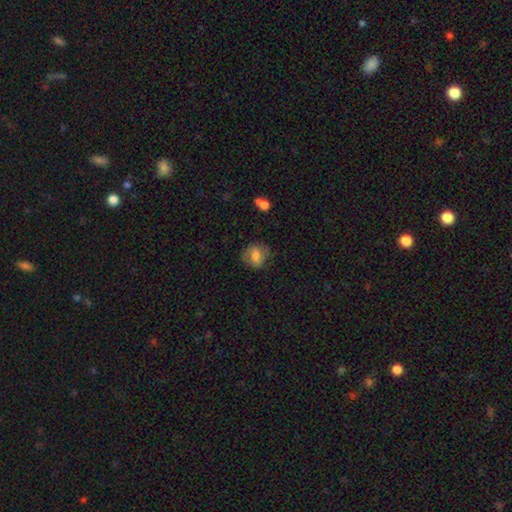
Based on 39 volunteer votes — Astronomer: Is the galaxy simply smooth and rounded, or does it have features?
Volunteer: smooth — 79%.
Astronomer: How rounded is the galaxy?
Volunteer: round — 74%.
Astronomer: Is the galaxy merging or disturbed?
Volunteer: none — 65%.